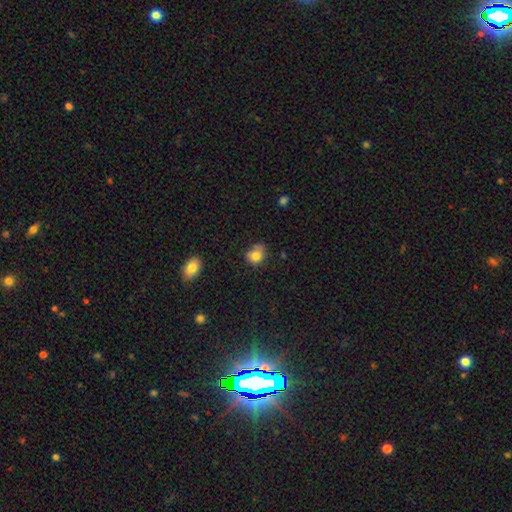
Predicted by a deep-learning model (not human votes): This is likely a smooth galaxy (80%). How rounded: likely round (64%). Merging: possibly none (53%).